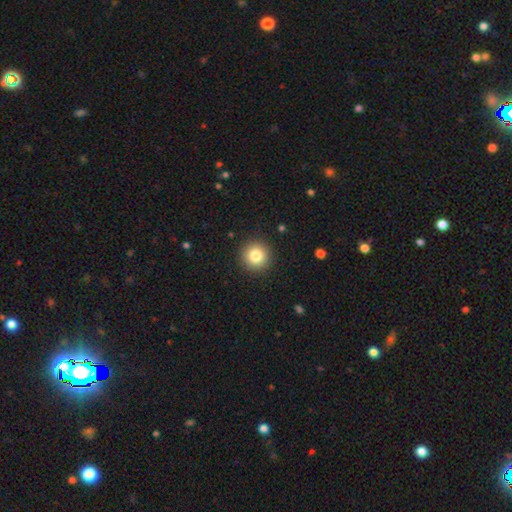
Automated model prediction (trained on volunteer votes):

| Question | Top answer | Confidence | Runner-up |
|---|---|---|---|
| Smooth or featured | smooth | 82% | star or artifact (10%) |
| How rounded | round | 95% | in between (4%) |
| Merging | none | 92% | minor disturbance (5%) |